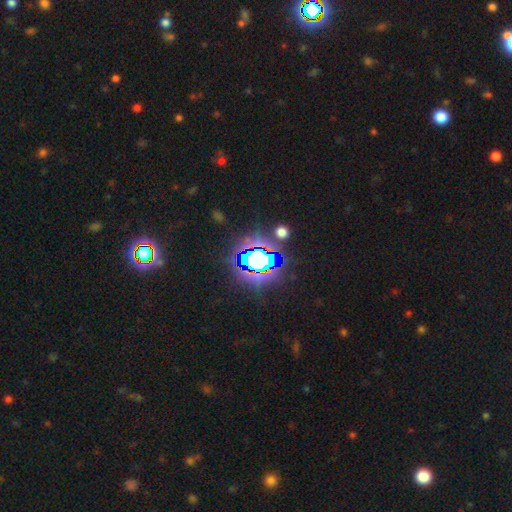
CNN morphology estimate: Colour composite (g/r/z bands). It shows a star or artifact, not a galaxy (81%).